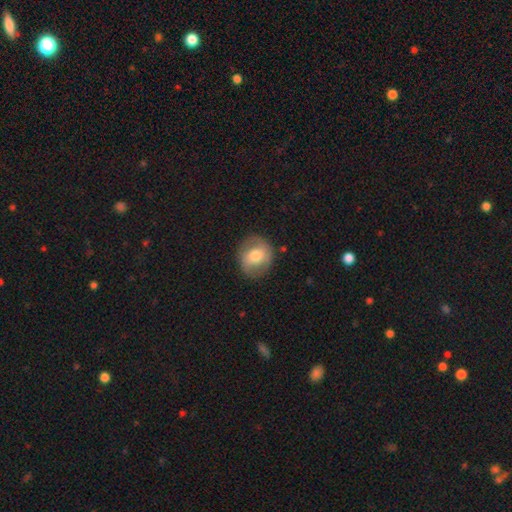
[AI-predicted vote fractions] smooth-or-featured: smooth: 58% | featured or disk: 35% | star or artifact: 7%
  how-rounded: round: 79% | in between: 20% | cigar-shaped: 1%
  merging: none: 81% | minor disturbance: 13% | major disturbance: 4% | merger: 1%